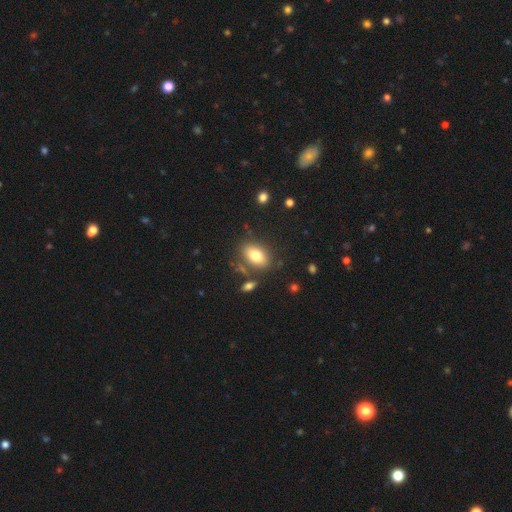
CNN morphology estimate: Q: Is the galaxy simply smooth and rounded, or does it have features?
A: smooth — 77%.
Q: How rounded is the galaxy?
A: in between — 85%.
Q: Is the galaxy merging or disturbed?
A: none — 77%.